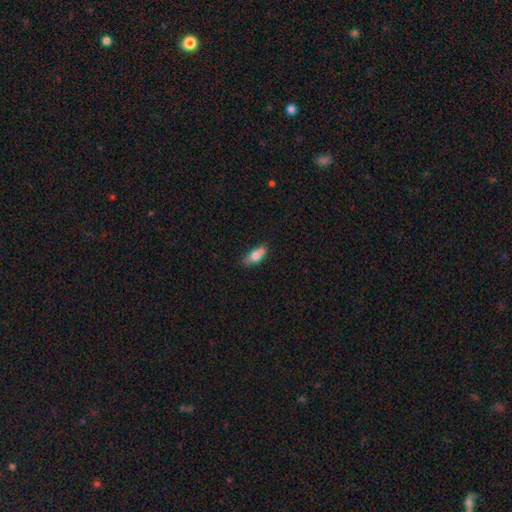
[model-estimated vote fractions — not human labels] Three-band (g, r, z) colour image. It shows a smooth galaxy with no disk features (74%) that is in between round and cigar-shaped (79%). Merging: none (65%).